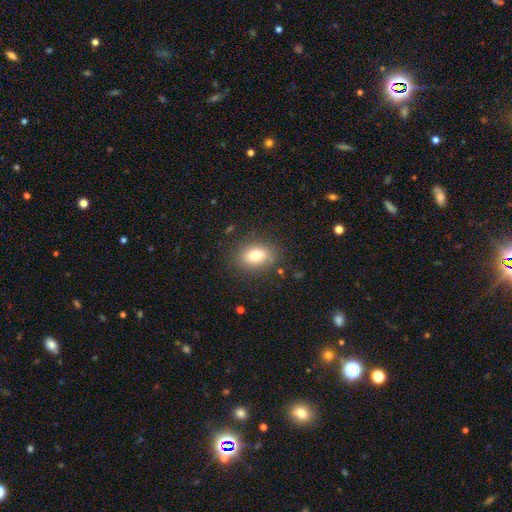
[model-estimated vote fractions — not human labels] smooth 76%, featured or disk 14%, star or artifact 11%. Down the decision tree: how rounded — in between (72%); merging — none (84%).